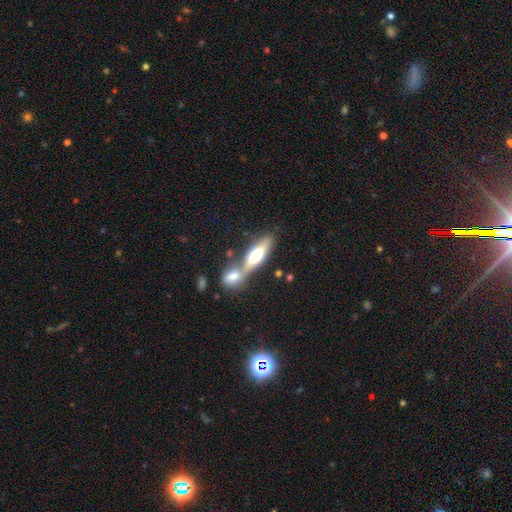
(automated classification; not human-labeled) Overall: smooth (61%; featured or disk 33%). How rounded: in between (52%; cigar-shaped 45%). Merging: merger (54%; none 33%).